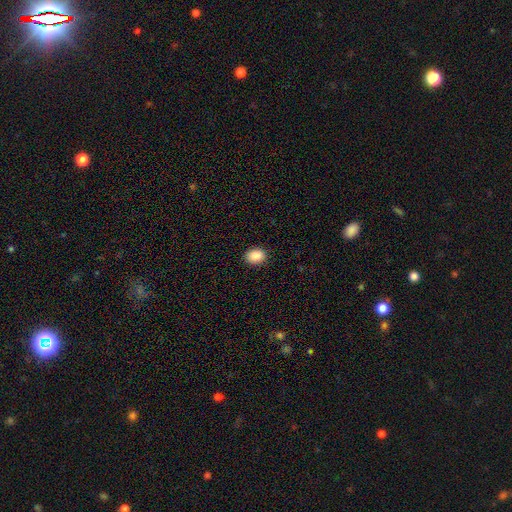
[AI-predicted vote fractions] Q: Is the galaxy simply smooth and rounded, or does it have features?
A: smooth — 89%.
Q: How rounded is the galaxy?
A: in between — 64%.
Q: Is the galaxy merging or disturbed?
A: none — 90%.